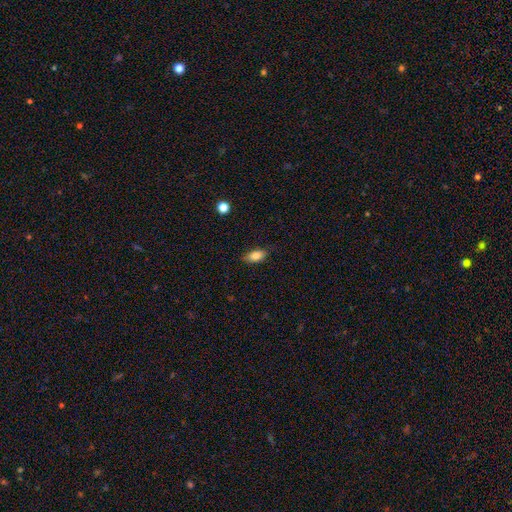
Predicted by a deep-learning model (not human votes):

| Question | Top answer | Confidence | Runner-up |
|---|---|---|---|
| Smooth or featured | smooth | 83% | featured or disk (9%) |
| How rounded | in between | 88% | cigar-shaped (6%) |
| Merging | none | 80% | minor disturbance (16%) |